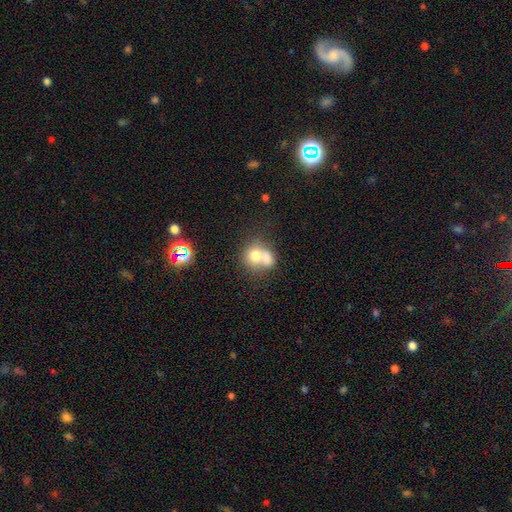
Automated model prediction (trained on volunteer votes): Q: Smooth or featured?
A: smooth (69%); runner-up: featured or disk (20%)
Q: How rounded?
A: round (68%); runner-up: in between (31%)
Q: Merging?
A: merger (65%); runner-up: none (23%)